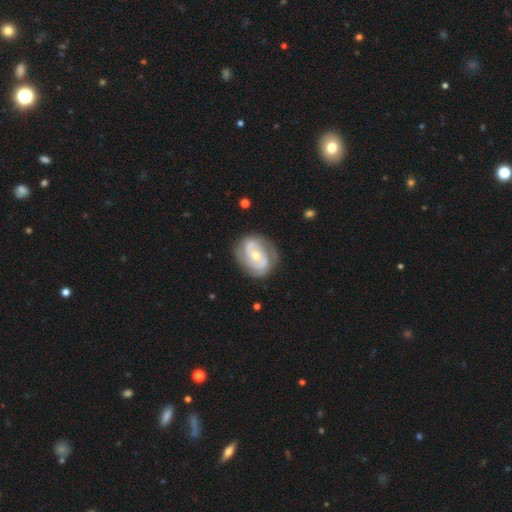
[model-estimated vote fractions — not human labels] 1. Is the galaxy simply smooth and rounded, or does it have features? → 80% featured or disk, 16% smooth, 5% star or artifact.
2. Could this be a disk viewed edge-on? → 97% no, 3% yes.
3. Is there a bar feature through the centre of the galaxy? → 60% no, 30% weak, 10% strong.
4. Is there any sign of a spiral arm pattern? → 88% yes, 12% no.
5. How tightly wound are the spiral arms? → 45% tight, 40% medium, 15% loose.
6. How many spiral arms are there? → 74% 2, 14% can't tell, 6% 3, 3% 1, 2% 4, 2% more than 4.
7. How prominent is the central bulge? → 53% moderate, 43% small, 2% large, 1% none, 1% dominant.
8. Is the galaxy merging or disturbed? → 75% none, 17% minor disturbance, 7% major disturbance, 1% merger.